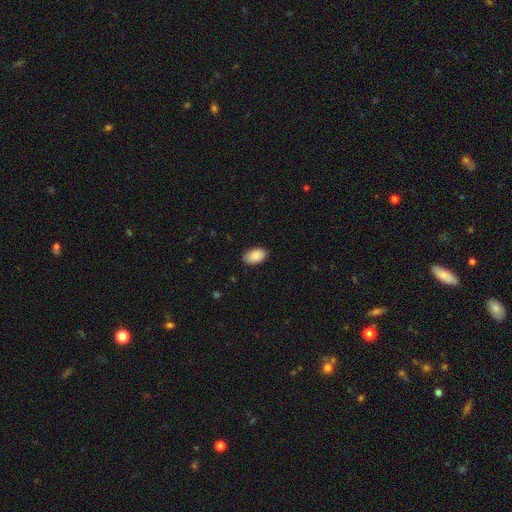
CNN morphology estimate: Q: Smooth or featured?
A: smooth (90%); runner-up: star or artifact (6%)
Q: How rounded?
A: in between (94%); runner-up: round (5%)
Q: Merging?
A: none (86%); runner-up: minor disturbance (11%)